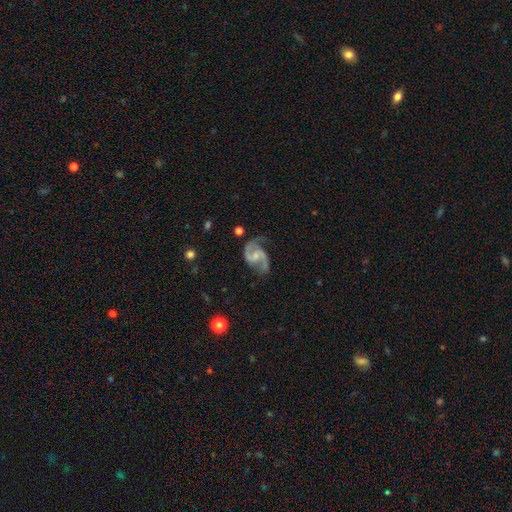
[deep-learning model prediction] Smooth or featured: featured or disk — 90% (smooth — 5%)
Edge-on disk: no — 98% (yes — 2%)
Bar: weak — 46% (no — 42%)
Spiral arms: yes — 97% (no — 3%)
Spiral winding: medium — 52% (loose — 38%)
Spiral arm count: 2 — 93% (can't tell — 2%)
Bulge size: small — 55% (moderate — 28%)
Merging: none — 69% (minor disturbance — 19%)